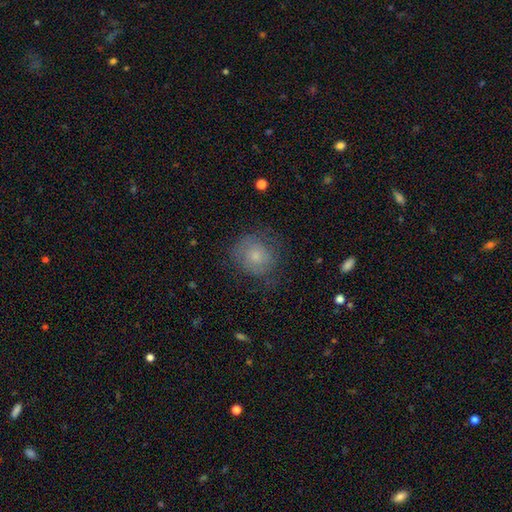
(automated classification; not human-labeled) Smooth or featured: smooth — 67% (featured or disk — 23%)
How rounded: round — 82% (in between — 17%)
Merging: none — 65% (minor disturbance — 22%)